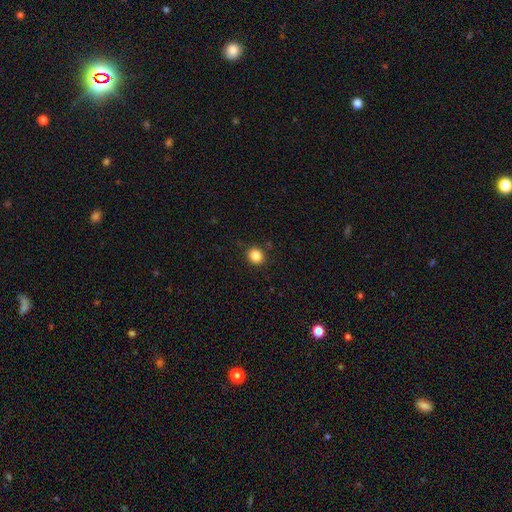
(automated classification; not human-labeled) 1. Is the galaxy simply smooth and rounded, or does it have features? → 85% smooth, 11% star or artifact, 4% featured or disk.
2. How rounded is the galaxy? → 81% round, 18% in between, 1% cigar-shaped.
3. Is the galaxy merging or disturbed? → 88% none, 8% minor disturbance, 2% major disturbance, 2% merger.